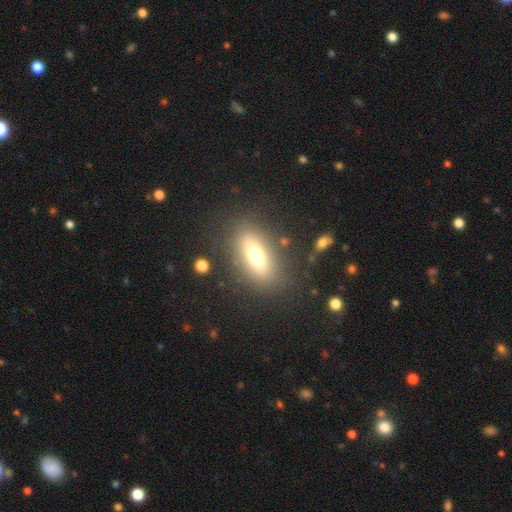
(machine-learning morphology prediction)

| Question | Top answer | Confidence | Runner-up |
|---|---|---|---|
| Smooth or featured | smooth | 62% | featured or disk (28%) |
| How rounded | in between | 69% | cigar-shaped (26%) |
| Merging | none | 83% | minor disturbance (10%) |